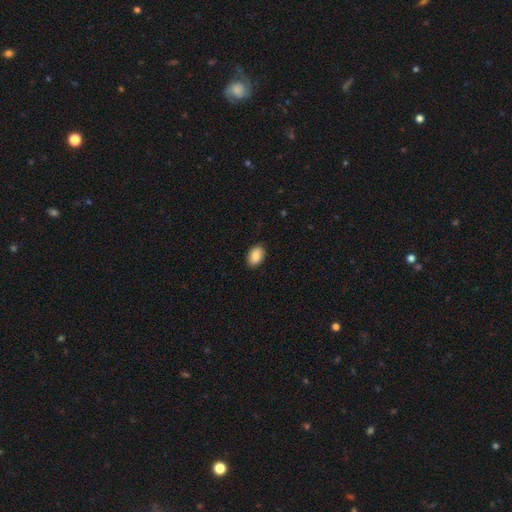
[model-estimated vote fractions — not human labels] Smooth or featured?
  - smooth: 86% *
  - featured or disk: 7%
  - star or artifact: 7%
How rounded?
  - in between: 87% *
  - round: 12%
  - cigar-shaped: 1%
Merging?
  - none: 89% *
  - minor disturbance: 8%
  - major disturbance: 2%
  - merger: 1%